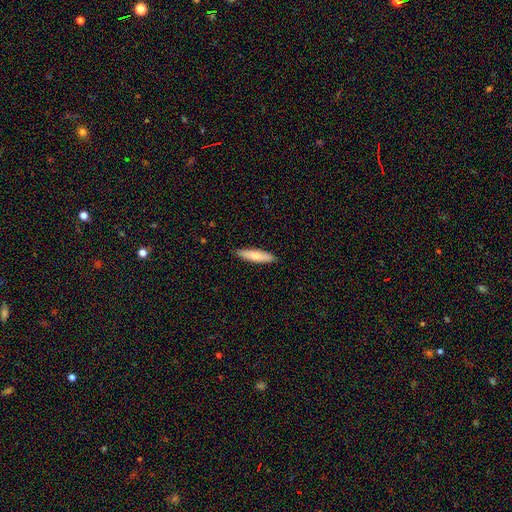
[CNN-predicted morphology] smooth-or-featured: smooth: 79% | featured or disk: 16% | star or artifact: 5%
  how-rounded: cigar-shaped: 78% | in between: 21% | round: 1%
  merging: none: 89% | minor disturbance: 9% | major disturbance: 2% | merger: 1%